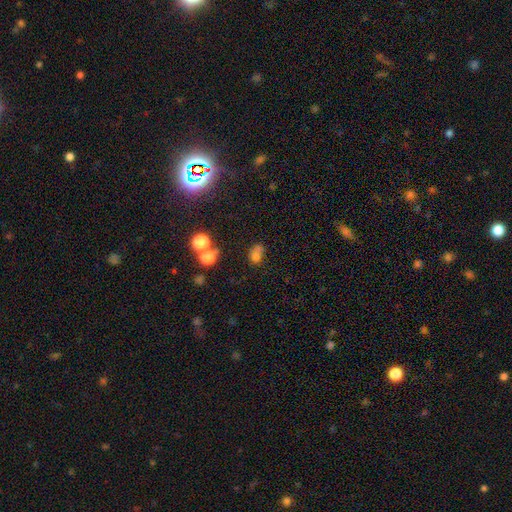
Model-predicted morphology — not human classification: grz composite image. It shows a smooth galaxy with no disk features (70%) that is in between round and cigar-shaped (50%). Merging: none (39%).